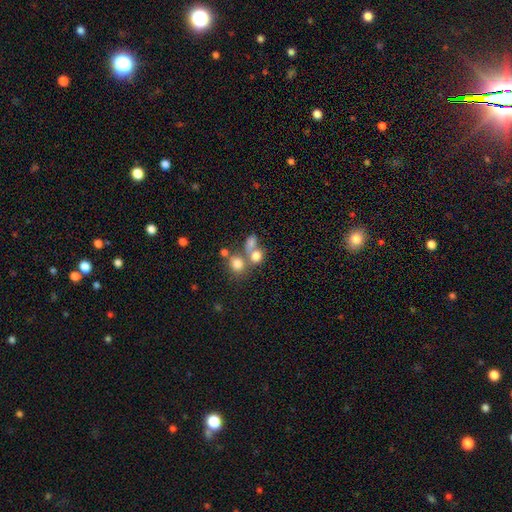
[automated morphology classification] Smooth or featured? Predicted: smooth (p=0.73). How rounded? Predicted: round (p=0.67). Merging? Predicted: merger (p=0.47).